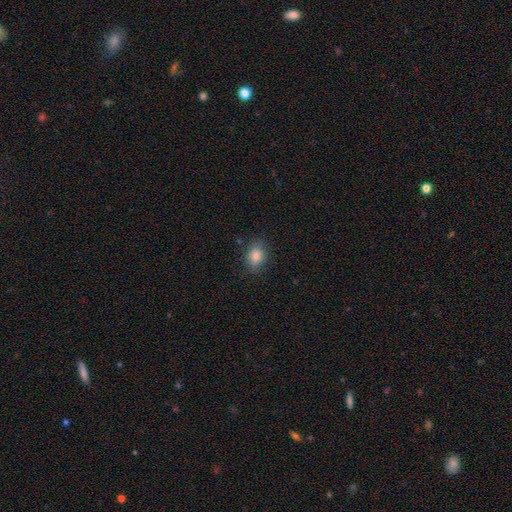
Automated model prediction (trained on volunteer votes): A smooth galaxy with no disk features (84%) that is in between round and cigar-shaped (57%).

Vote fractions:
- Smooth or featured? smooth: 84% / star or artifact: 10% / featured or disk: 6%
- How rounded? in between: 57% / round: 42% / cigar-shaped: 1%
- Merging? none: 81% / minor disturbance: 14% / major disturbance: 3% / merger: 1%